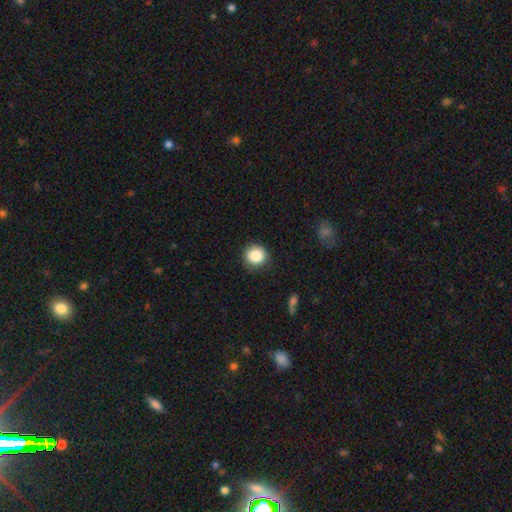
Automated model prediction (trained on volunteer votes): This appears to be a smooth galaxy with no disk features (86%) that is round (92%). Merging: none (87%).